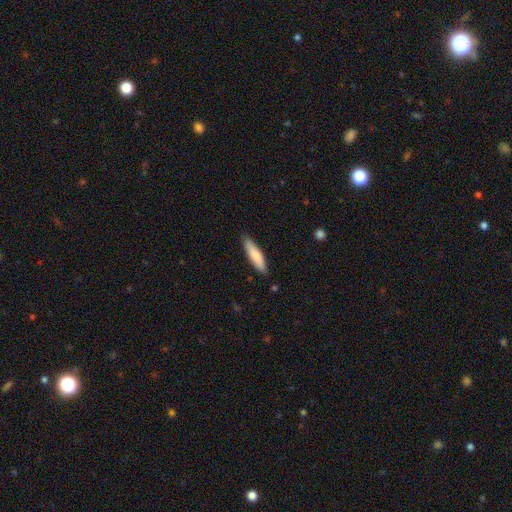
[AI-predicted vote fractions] Smooth or featured?
  - smooth: 76% *
  - featured or disk: 18%
  - star or artifact: 5%
How rounded?
  - cigar-shaped: 73% *
  - in between: 26%
  - round: 1%
Merging?
  - none: 86% *
  - minor disturbance: 11%
  - major disturbance: 2%
  - merger: 1%